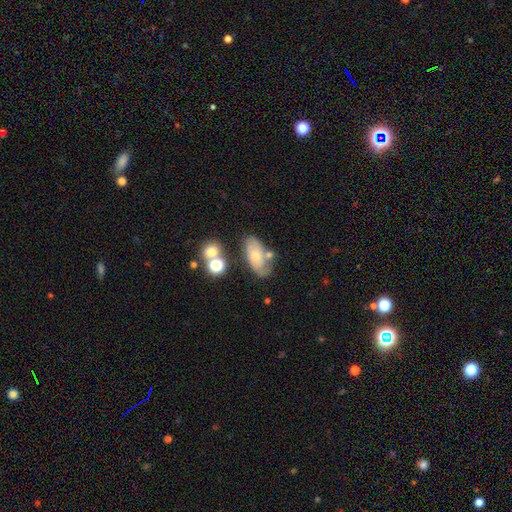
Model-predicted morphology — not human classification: This appears to be a smooth galaxy with no disk features (55%) that is in between round and cigar-shaped (88%). Merging: none (53%).